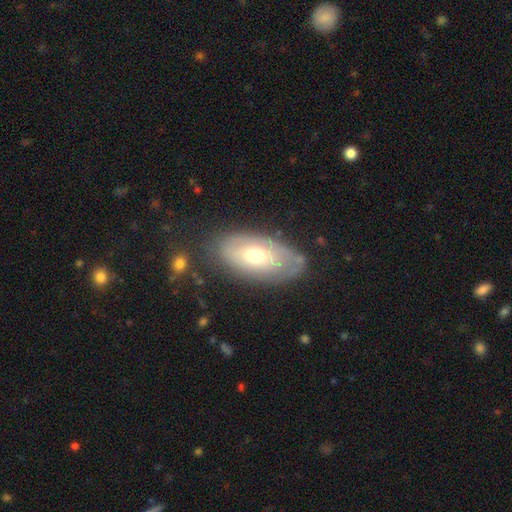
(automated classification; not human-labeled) Smooth or featured? smooth (47%)
Merging? none (71%)